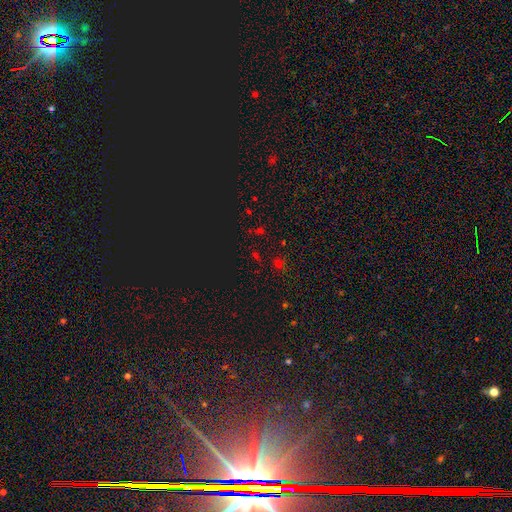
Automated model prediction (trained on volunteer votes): A star or artifact, not a galaxy (64%).